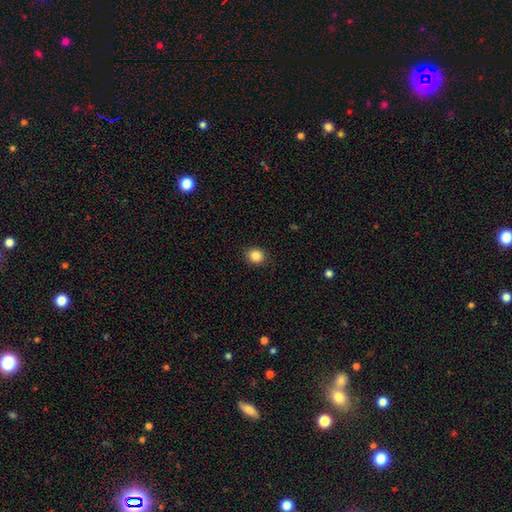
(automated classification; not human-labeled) smooth 85%, star or artifact 10%, featured or disk 5%. Down the decision tree: how rounded — round (77%); merging — none (90%).